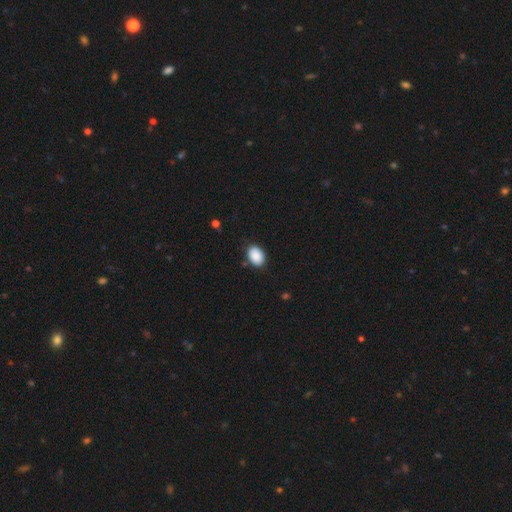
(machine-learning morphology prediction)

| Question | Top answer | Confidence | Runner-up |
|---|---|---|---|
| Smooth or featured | smooth | 89% | star or artifact (7%) |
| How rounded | in between | 78% | round (21%) |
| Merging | none | 84% | minor disturbance (12%) |